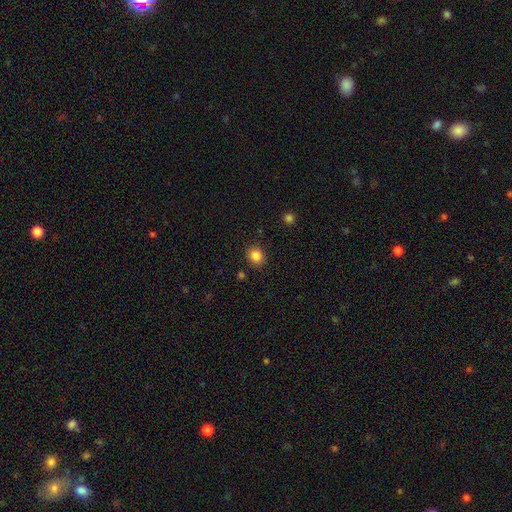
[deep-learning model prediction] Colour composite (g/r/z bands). It shows a smooth galaxy with no disk features (85%) that is round (77%). Merging: none (87%).